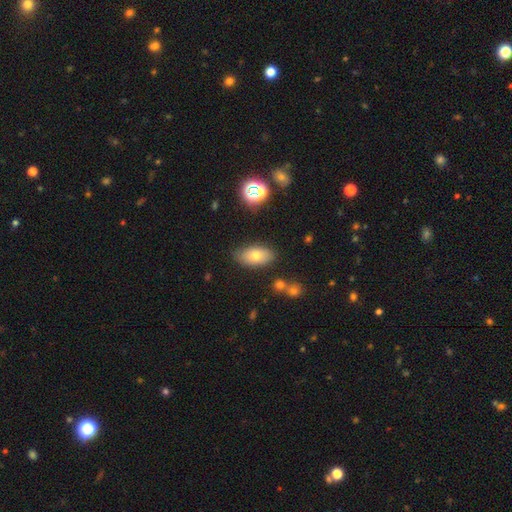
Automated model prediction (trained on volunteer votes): Smooth or featured: smooth — 73% (featured or disk — 17%)
How rounded: in between — 91% (round — 5%)
Merging: none — 81% (minor disturbance — 12%)